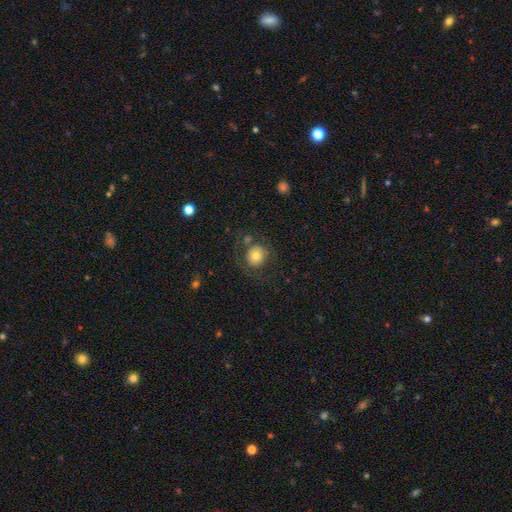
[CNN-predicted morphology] This appears to be a smooth galaxy with no disk features (68%) that is round (87%). Merging: none (69%).